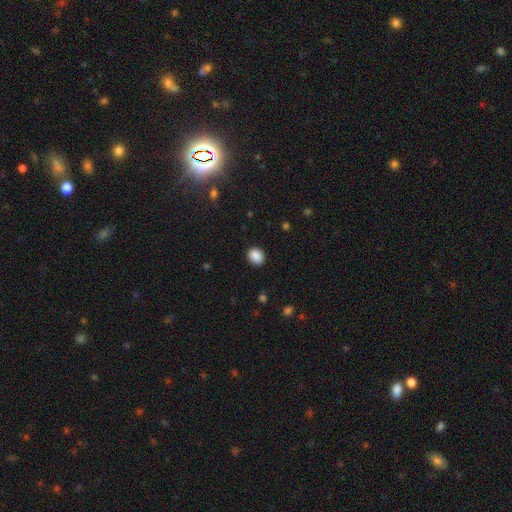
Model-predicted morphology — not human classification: Smooth or featured: smooth — 88% (star or artifact — 9%)
How rounded: round — 55% (in between — 44%)
Merging: none — 88% (minor disturbance — 8%)